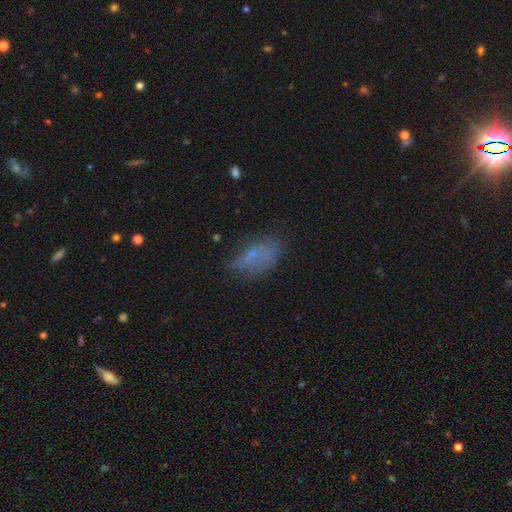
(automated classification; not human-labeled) A smooth galaxy with no disk features (58%) that is in between round and cigar-shaped (86%).

Vote fractions:
- Smooth or featured? smooth: 58% / featured or disk: 27% / star or artifact: 15%
- How rounded? in between: 86% / round: 7% / cigar-shaped: 7%
- Merging? none: 52% / minor disturbance: 27% / major disturbance: 17% / merger: 4%